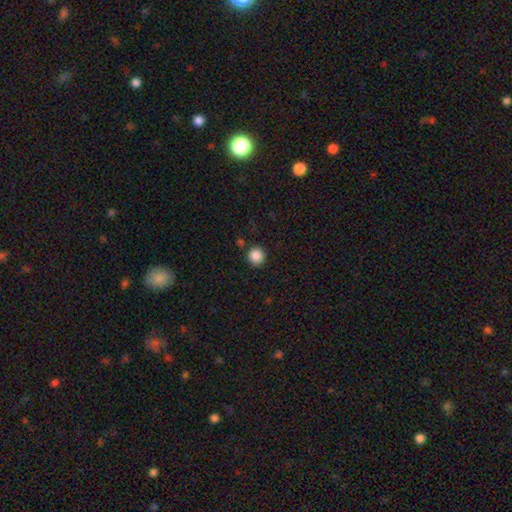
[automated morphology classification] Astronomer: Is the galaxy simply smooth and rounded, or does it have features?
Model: smooth — 87%.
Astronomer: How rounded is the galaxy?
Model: round — 94%.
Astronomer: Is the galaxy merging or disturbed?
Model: none — 88%.